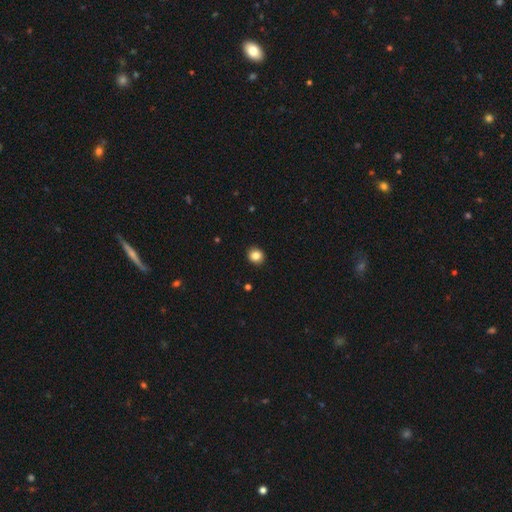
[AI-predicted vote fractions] Smooth or featured: smooth — 85% (star or artifact — 10%)
How rounded: round — 88% (in between — 11%)
Merging: none — 93% (minor disturbance — 5%)